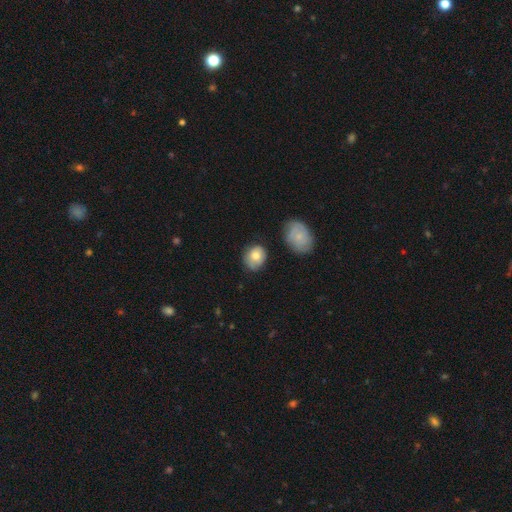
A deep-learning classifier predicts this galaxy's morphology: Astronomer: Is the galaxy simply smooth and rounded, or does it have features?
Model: smooth — 76%.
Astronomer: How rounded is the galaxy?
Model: round — 61% (runner-up: in between, 38%).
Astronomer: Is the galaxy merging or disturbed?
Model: none — 67%.